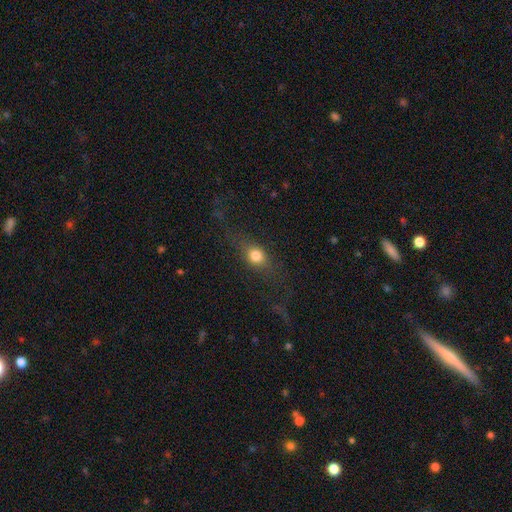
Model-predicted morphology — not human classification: Overall: smooth (66%). How rounded: in between (44%; round 41%). Merging: none (69%).